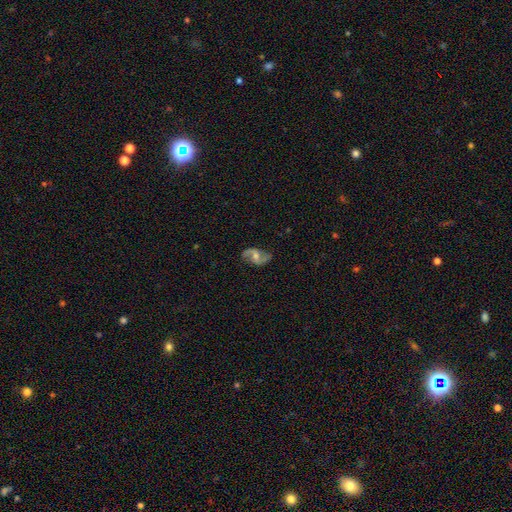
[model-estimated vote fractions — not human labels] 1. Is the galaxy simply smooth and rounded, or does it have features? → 84% featured or disk, 10% smooth, 6% star or artifact.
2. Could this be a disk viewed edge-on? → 97% no, 3% yes.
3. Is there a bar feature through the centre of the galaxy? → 45% weak, 39% no, 16% strong.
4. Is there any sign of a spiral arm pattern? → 95% yes, 5% no.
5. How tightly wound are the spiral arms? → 51% loose, 38% medium, 11% tight.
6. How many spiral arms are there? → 93% 2, 3% can't tell, 2% 1, 1% 3, 1% 4, 1% more than 4.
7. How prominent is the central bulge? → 60% moderate, 31% small, 4% large, 3% none, 1% dominant.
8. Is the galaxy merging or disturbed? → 80% none, 14% minor disturbance, 5% major disturbance, 1% merger.